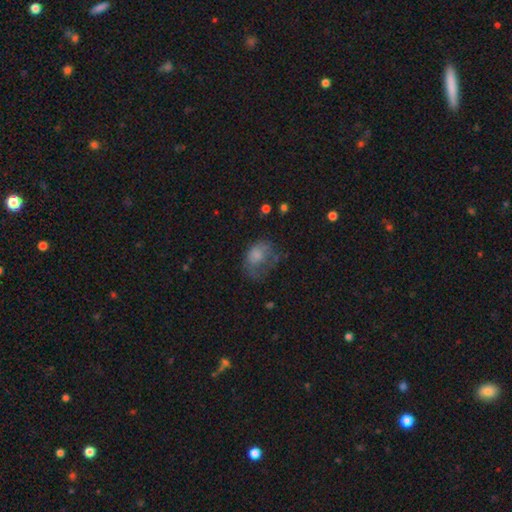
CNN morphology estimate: smooth-or-featured: smooth: 60% | featured or disk: 27% | star or artifact: 13%
  how-rounded: in between: 69% | round: 30% | cigar-shaped: 1%
  merging: major disturbance: 39% | none: 32% | minor disturbance: 27% | merger: 3%